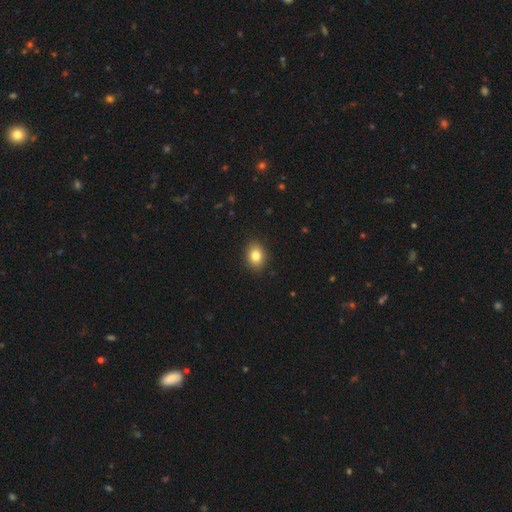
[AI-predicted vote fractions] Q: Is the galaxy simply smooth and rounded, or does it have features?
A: smooth — 82%.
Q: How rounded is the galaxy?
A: in between — 61%.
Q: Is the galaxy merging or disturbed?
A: none — 90%.